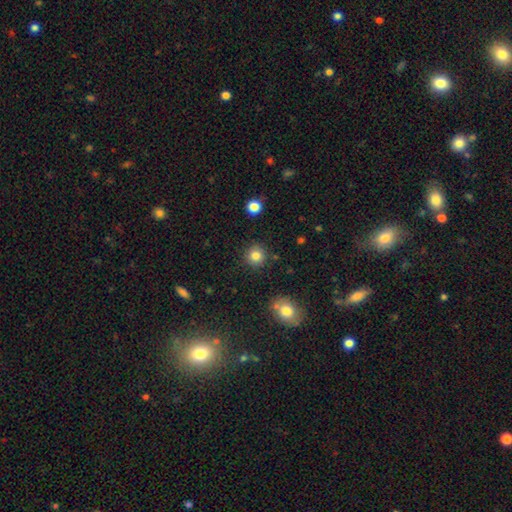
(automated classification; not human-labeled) Smooth or featured: smooth — 83% (star or artifact — 11%)
How rounded: round — 92% (in between — 7%)
Merging: none — 88% (minor disturbance — 7%)